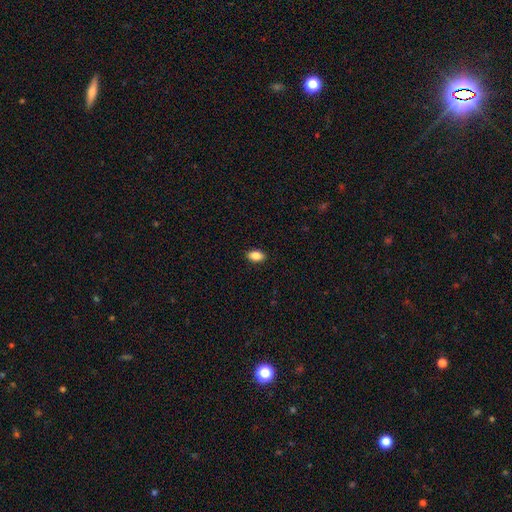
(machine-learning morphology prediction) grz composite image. It shows a smooth galaxy with no disk features (87%) that is in between round and cigar-shaped (90%). Merging: none (89%).